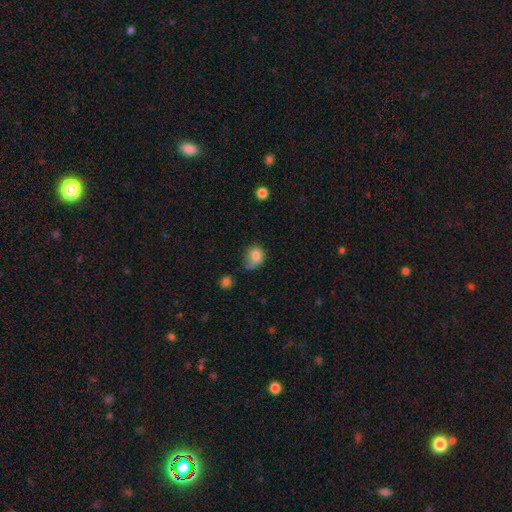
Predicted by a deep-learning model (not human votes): smooth-or-featured: smooth: 79% | featured or disk: 12% | star or artifact: 10%
  how-rounded: round: 63% | in between: 36% | cigar-shaped: 1%
  merging: none: 36% (tied) | minor disturbance: 36% (tied) | major disturbance: 20% | merger: 8%